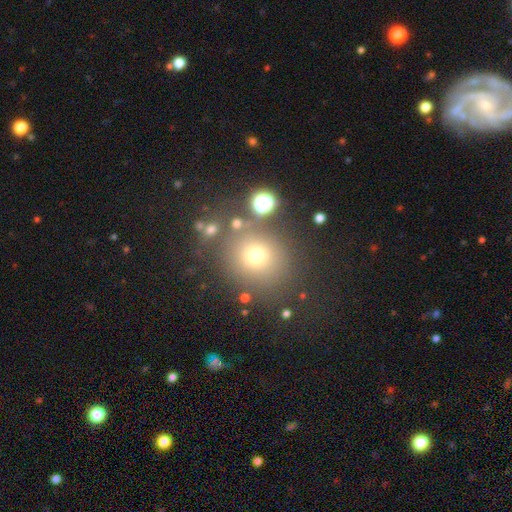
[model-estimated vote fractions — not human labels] smooth 66%, star or artifact 23%, featured or disk 11%. Down the decision tree: how rounded — round (83%); merging — none (76%).